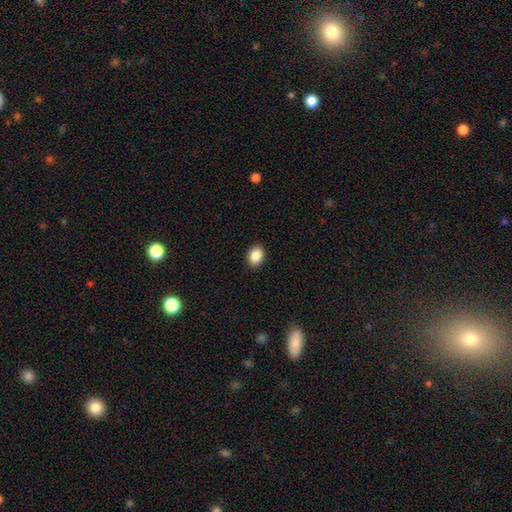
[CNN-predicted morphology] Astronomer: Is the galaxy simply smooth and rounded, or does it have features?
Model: smooth — 87%.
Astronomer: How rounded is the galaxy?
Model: in between — 68%.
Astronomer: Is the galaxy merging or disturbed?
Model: none — 90%.